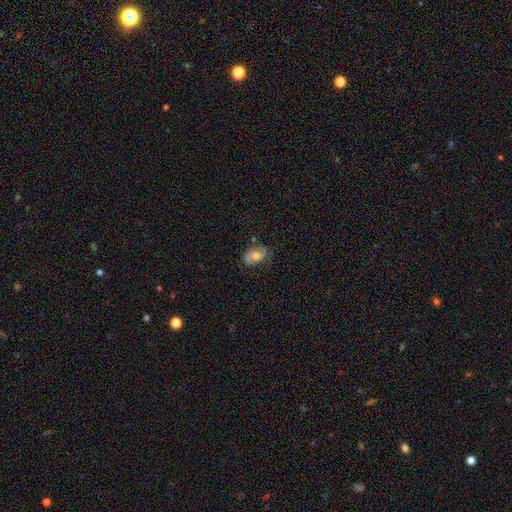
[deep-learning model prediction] Smooth or featured: featured or disk — 46% (smooth — 45%)
Merging: none — 72% (minor disturbance — 21%)